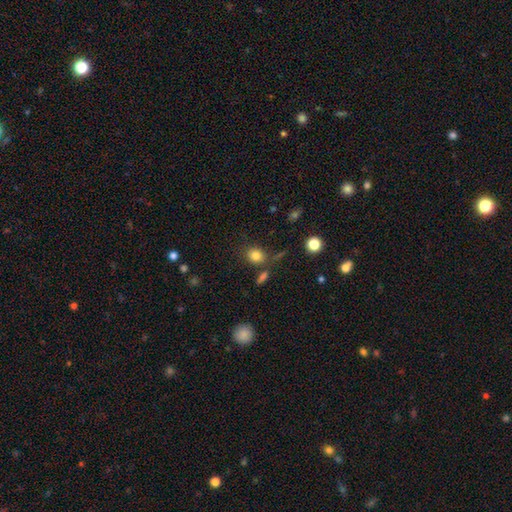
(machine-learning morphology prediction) Smooth or featured? Predicted: smooth (p=0.82). How rounded? Predicted: round (p=0.60). Merging? Predicted: none (p=0.73).